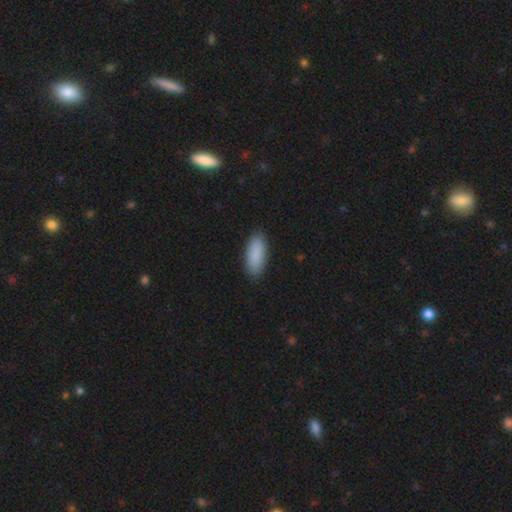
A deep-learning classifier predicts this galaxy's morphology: Q: Smooth or featured?
A: smooth (90%); runner-up: star or artifact (6%)
Q: How rounded?
A: in between (81%); runner-up: cigar-shaped (17%)
Q: Merging?
A: none (88%); runner-up: minor disturbance (9%)